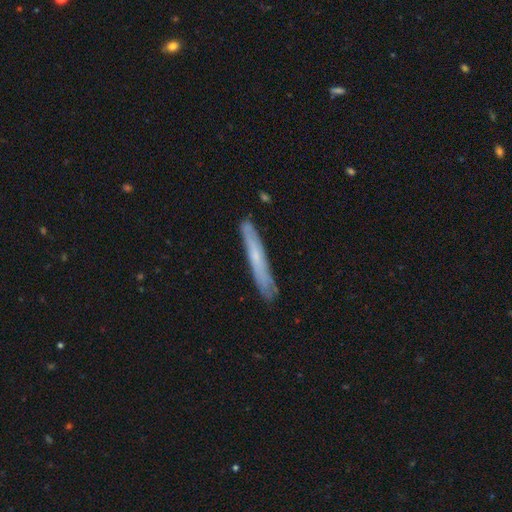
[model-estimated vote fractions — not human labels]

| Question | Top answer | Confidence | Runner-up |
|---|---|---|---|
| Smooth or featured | smooth | 47% | featured or disk (46%) |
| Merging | none | 84% | minor disturbance (12%) |